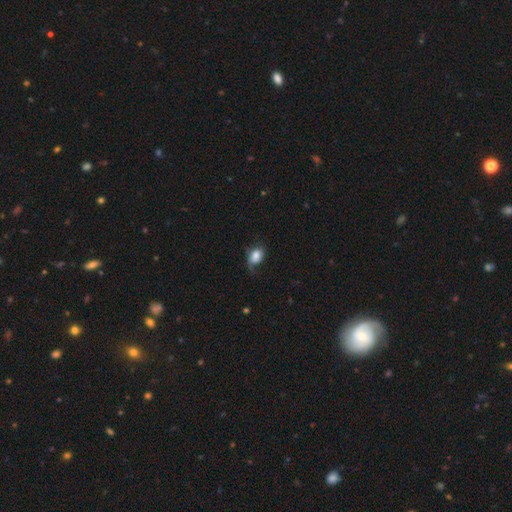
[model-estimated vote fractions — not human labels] Smooth or featured: smooth — 74% (featured or disk — 17%)
How rounded: in between — 71% (round — 28%)
Merging: none — 46% (minor disturbance — 32%)